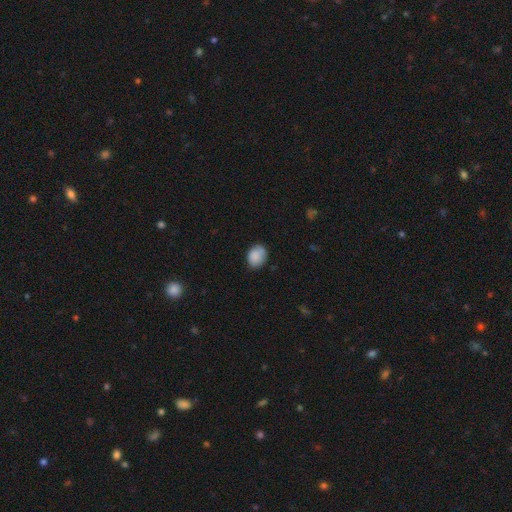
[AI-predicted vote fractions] smooth 87%, star or artifact 7%, featured or disk 6%. Down the decision tree: how rounded — in between (63%); merging — none (75%).